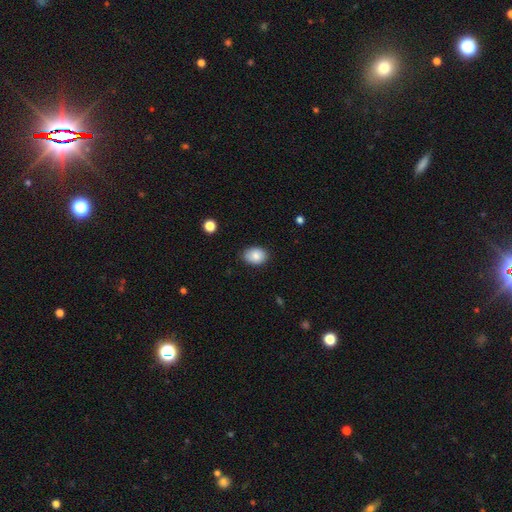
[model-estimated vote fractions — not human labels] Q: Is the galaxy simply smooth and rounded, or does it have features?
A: smooth — 85%.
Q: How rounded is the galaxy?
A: in between — 71%.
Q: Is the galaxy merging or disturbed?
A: none — 80%.